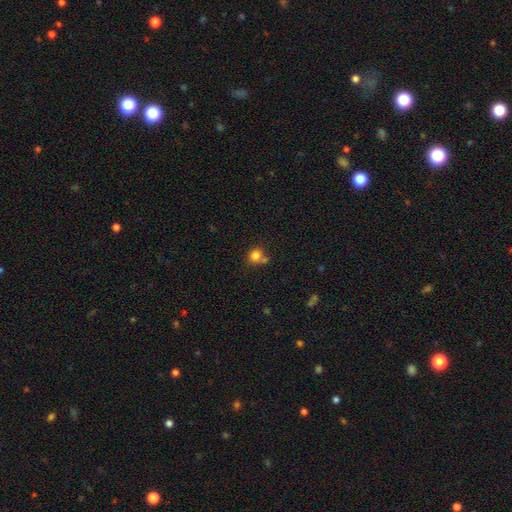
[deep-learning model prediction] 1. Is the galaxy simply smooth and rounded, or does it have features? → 82% smooth, 11% star or artifact, 7% featured or disk.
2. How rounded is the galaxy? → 74% round, 25% in between, 1% cigar-shaped.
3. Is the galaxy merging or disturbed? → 56% none, 25% merger, 14% minor disturbance, 5% major disturbance.